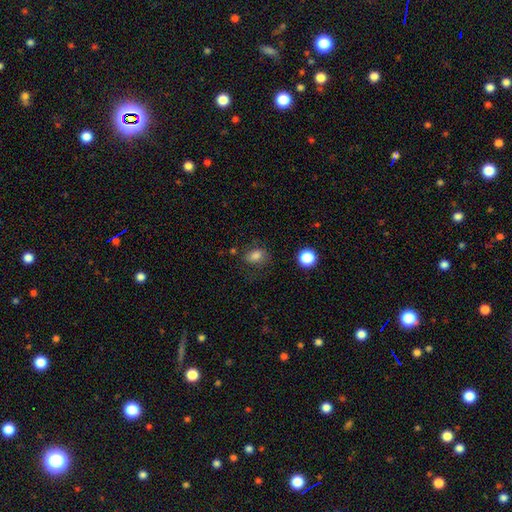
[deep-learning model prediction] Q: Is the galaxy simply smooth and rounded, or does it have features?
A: smooth — 81%.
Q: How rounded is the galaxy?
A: in between — 69%.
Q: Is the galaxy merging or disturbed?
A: none — 69%.